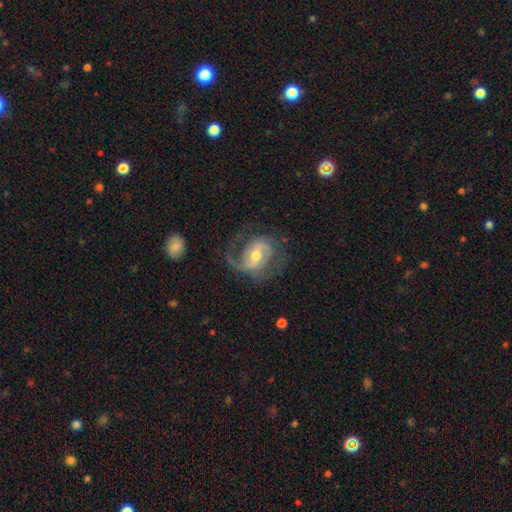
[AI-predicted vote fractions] Smooth or featured? Predicted: featured or disk (p=0.84). Edge-on disk? Predicted: no (p=0.97). Bar? Predicted: weak (p=0.50). Spiral arms? Predicted: yes (p=0.94). Spiral winding? Predicted: medium (p=0.47). Spiral arm count? Predicted: 2 (p=0.65). Bulge size? Predicted: moderate (p=0.64). Merging? Predicted: none (p=0.57).